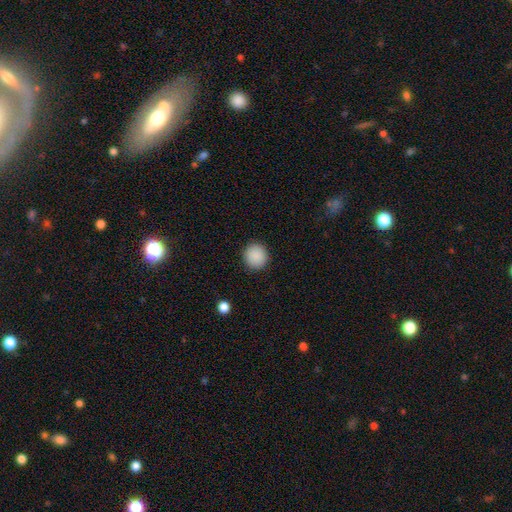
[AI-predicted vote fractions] Smooth or featured?
  - smooth: 89% *
  - star or artifact: 8%
  - featured or disk: 3%
How rounded?
  - round: 93% *
  - in between: 6%
  - cigar-shaped: 1%
Merging?
  - none: 92% *
  - minor disturbance: 5%
  - major disturbance: 2%
  - merger: 1%